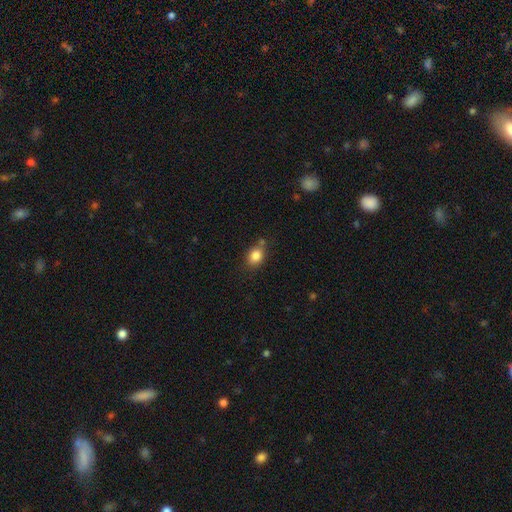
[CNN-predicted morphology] type=smooth (84%); roundness=in between (63%); merging=none (70%).